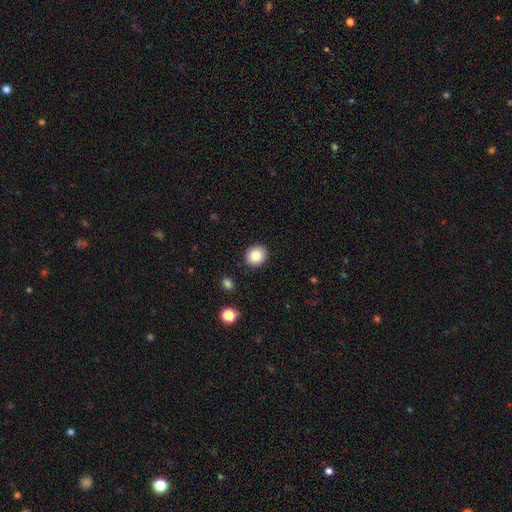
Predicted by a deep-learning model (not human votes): Smooth or featured?
  - smooth: 86% *
  - star or artifact: 9%
  - featured or disk: 5%
How rounded?
  - round: 79% *
  - in between: 20%
  - cigar-shaped: 1%
Merging?
  - none: 90% *
  - minor disturbance: 6%
  - major disturbance: 2%
  - merger: 1%